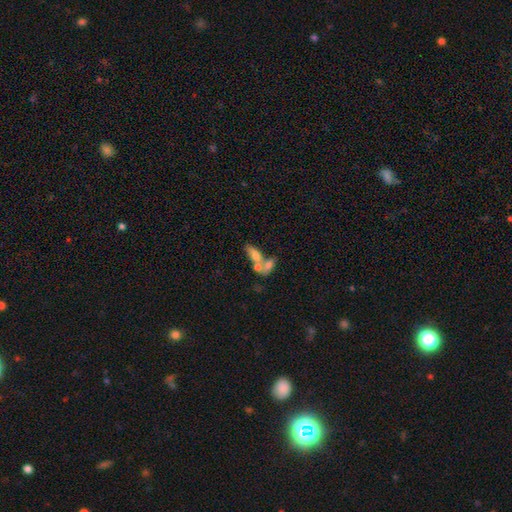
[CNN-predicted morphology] Smooth or featured? smooth (64%)
How rounded? in between (75%)
Merging? merger (63%)